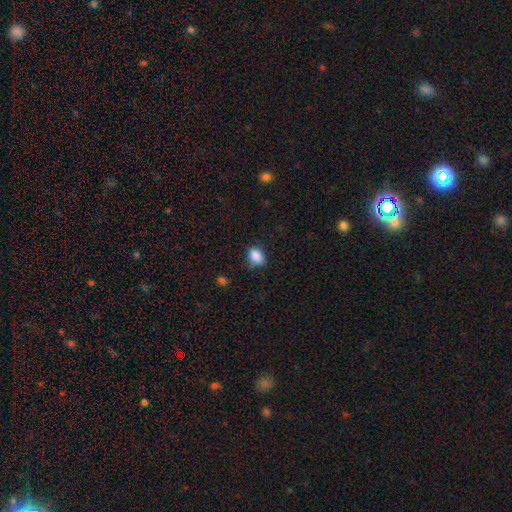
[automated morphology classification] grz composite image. It shows a smooth galaxy with no disk features (87%) that is in between round and cigar-shaped (69%). Merging: none (70%).